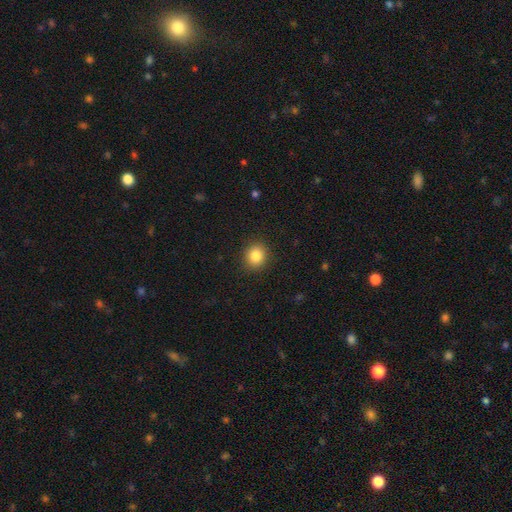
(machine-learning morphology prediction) This appears to be a smooth galaxy with no disk features (85%) that is round (79%). Merging: none (90%).